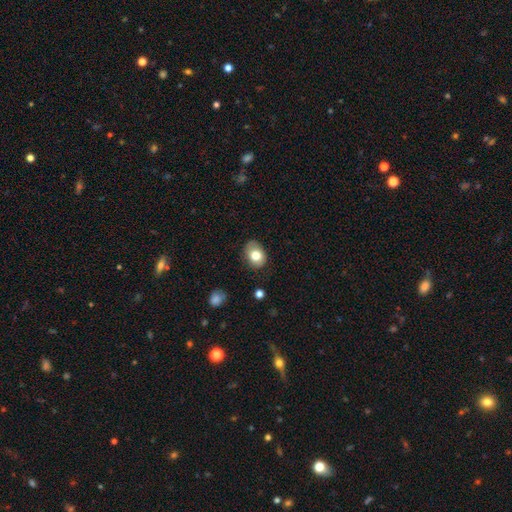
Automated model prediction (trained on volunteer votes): Smooth or featured: smooth — 76% (featured or disk — 15%)
How rounded: in between — 65% (round — 34%)
Merging: none — 75% (minor disturbance — 19%)